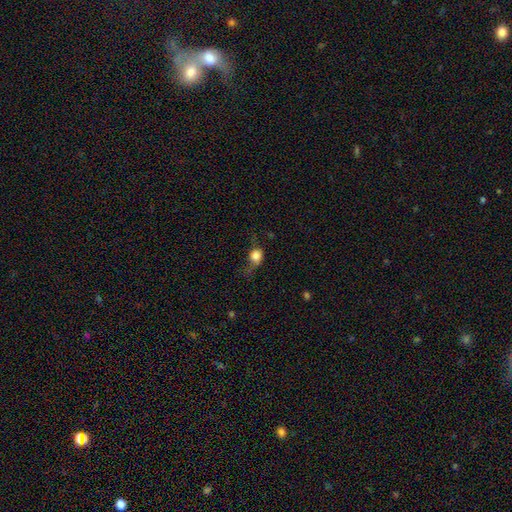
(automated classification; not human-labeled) Smooth or featured? Predicted: smooth (p=0.75). How rounded? Predicted: round (p=0.68). Merging? Predicted: none (p=0.36).